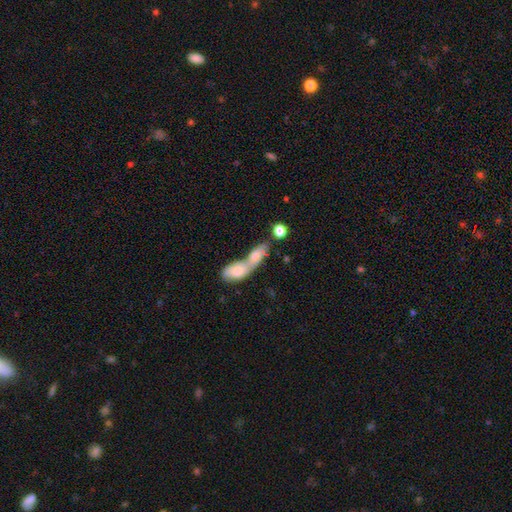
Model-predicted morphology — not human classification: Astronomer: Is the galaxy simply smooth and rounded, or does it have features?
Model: smooth — 66%.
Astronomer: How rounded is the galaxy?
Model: in between — 68%.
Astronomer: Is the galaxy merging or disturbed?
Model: merger — 71%.